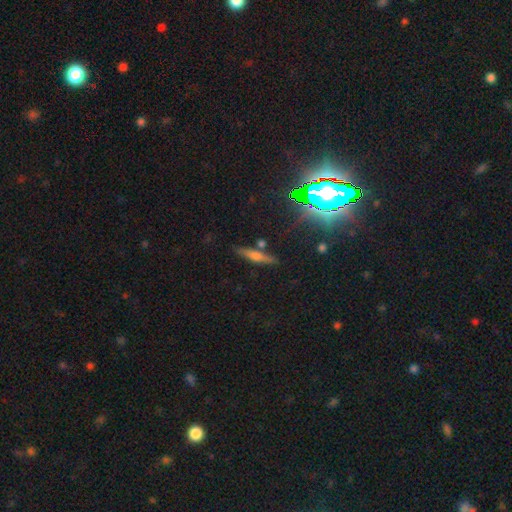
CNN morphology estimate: A featured or disk galaxy (44%).

Vote fractions:
- Smooth or featured? featured or disk: 44% / smooth: 40% / star or artifact: 16%
- Merging? none: 80% / minor disturbance: 11% / merger: 6% / major disturbance: 3%